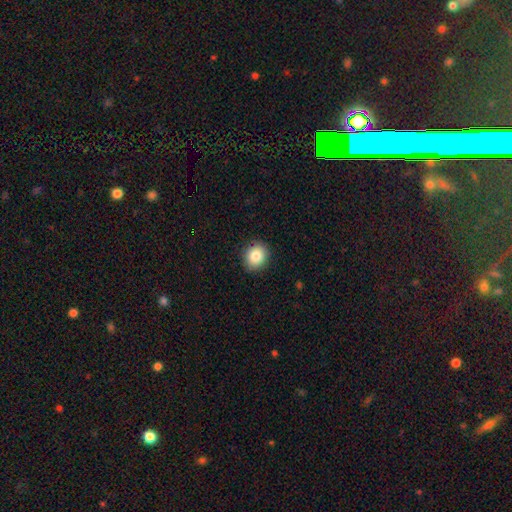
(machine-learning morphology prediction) smooth_or_featured: smooth (p=0.85) [alt: star or artifact p=0.09]
how_rounded: round (p=0.69) [alt: in between p=0.30]
merging: none (p=0.89) [alt: minor disturbance p=0.08]